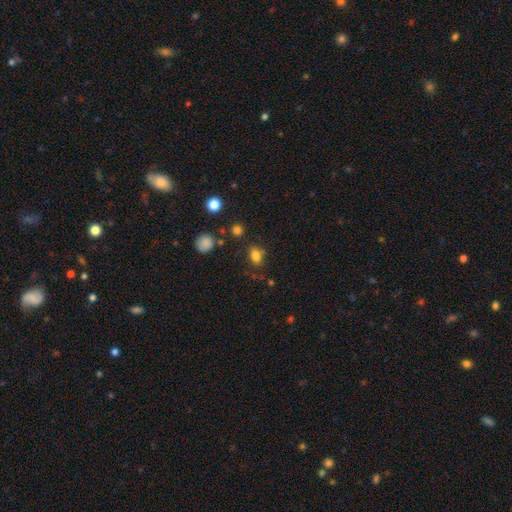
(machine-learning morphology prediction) This is clearly a smooth galaxy (80%). How rounded: likely in between (68%). Merging: likely none (73%).